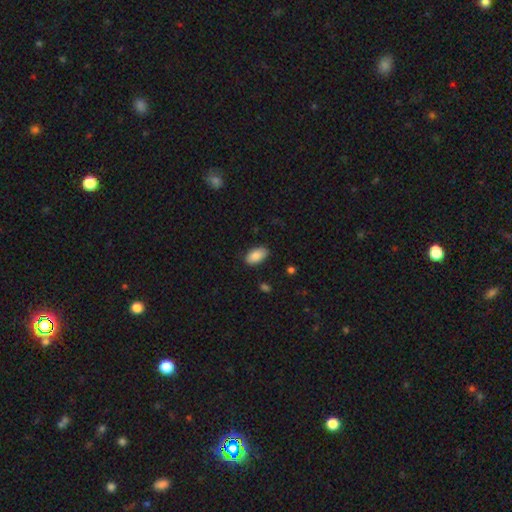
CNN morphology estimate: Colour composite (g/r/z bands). It shows a smooth galaxy with no disk features (88%) that is in between round and cigar-shaped (94%). Merging: none (84%).